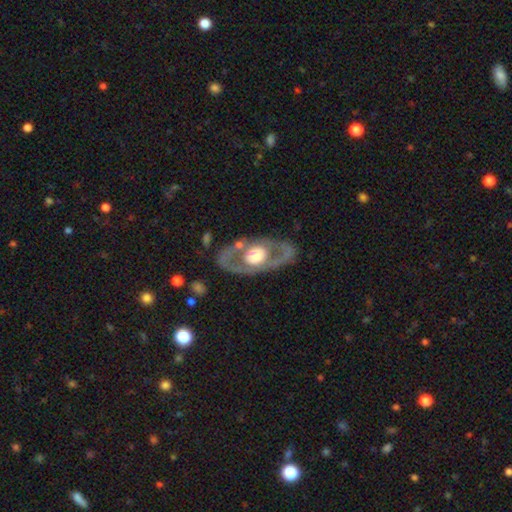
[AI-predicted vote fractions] Smooth or featured? featured or disk (69%)
Edge-on disk? no (89%)
Bar? no (85%)
Spiral arms? no (73%)
Bulge size? large (46%)
Merging? none (73%)